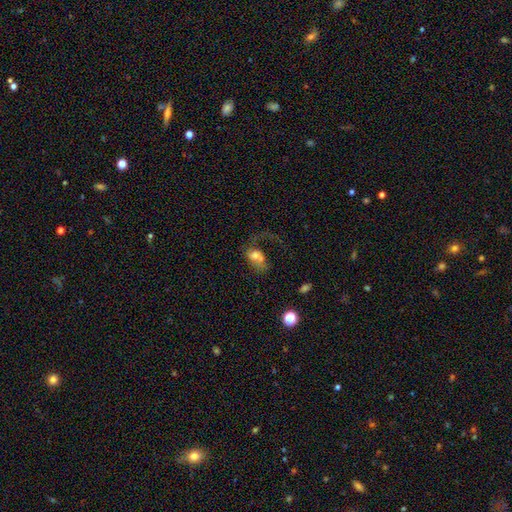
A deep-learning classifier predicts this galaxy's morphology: Smooth or featured?
  - smooth: 50% *
  - featured or disk: 38%
  - star or artifact: 11%
How rounded?
  - in between: 59% *
  - round: 39%
  - cigar-shaped: 2%
Merging?
  - merger: 42% *
  - major disturbance: 33%
  - none: 16%
  - minor disturbance: 9%